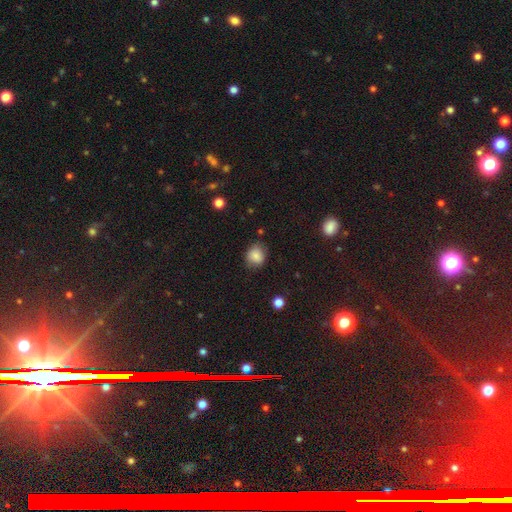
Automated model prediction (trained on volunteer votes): A smooth galaxy with no disk features (84%) that is round (70%). Merging: none (72%).